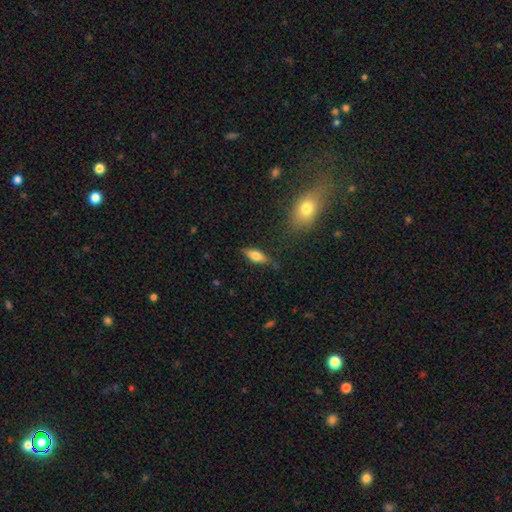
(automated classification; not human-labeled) Smooth or featured?
  - smooth: 69% *
  - featured or disk: 24%
  - star or artifact: 8%
How rounded?
  - in between: 71% *
  - cigar-shaped: 25%
  - round: 4%
Merging?
  - none: 73% *
  - minor disturbance: 20%
  - major disturbance: 5%
  - merger: 2%